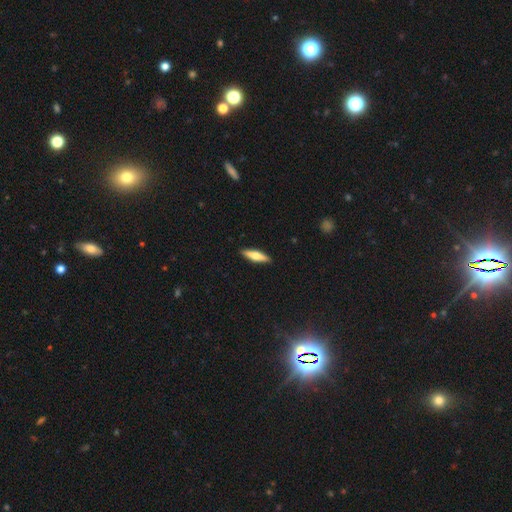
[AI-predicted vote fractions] Smooth or featured? Predicted: smooth (p=0.61). How rounded? Predicted: cigar-shaped (p=0.70). Merging? Predicted: none (p=0.90).